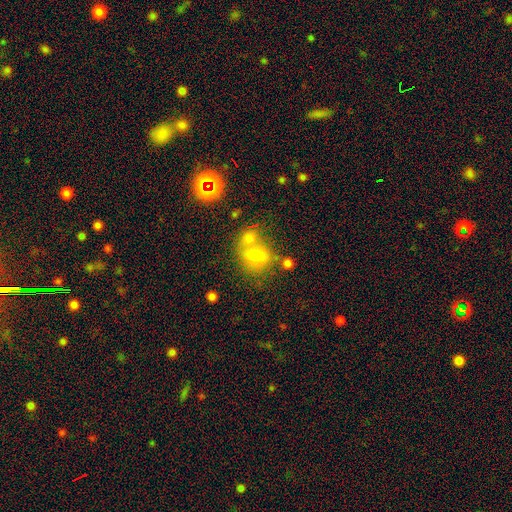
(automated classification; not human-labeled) A smooth galaxy with no disk features (72%) that is round (52%).

Vote fractions:
- Smooth or featured? smooth: 72% / featured or disk: 14% / star or artifact: 14%
- How rounded? round: 52% / in between: 46% / cigar-shaped: 2%
- Merging? merger: 43% / none: 39% / minor disturbance: 12% / major disturbance: 6%